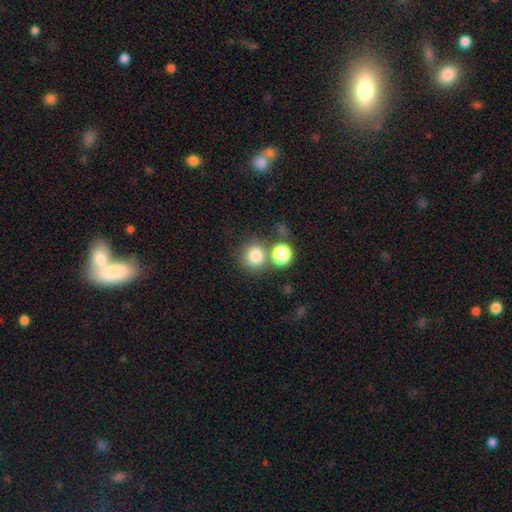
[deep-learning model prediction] A smooth galaxy with no disk features (80%) that is round (89%). Merging: none (67%).